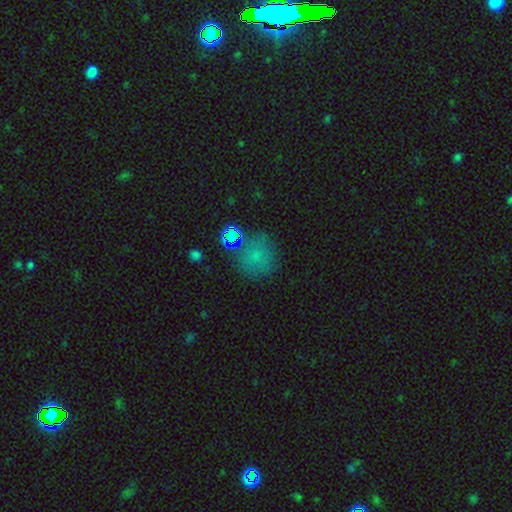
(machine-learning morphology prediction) smooth 69%, star or artifact 22%, featured or disk 9%. Down the decision tree: how rounded — round (89%); merging — none (72%).